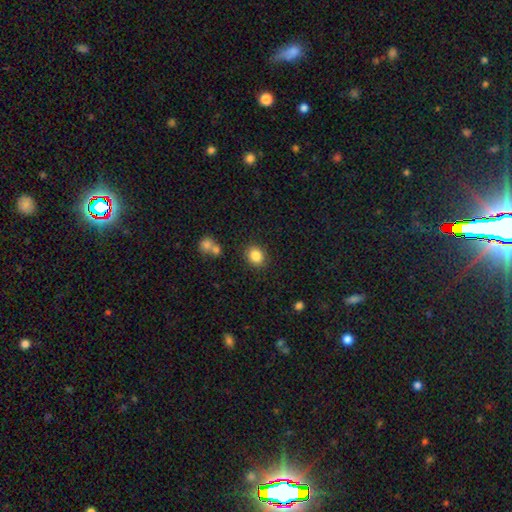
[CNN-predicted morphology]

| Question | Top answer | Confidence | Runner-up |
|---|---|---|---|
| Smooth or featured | smooth | 85% | star or artifact (9%) |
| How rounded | round | 62% | in between (37%) |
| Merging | none | 84% | minor disturbance (9%) |